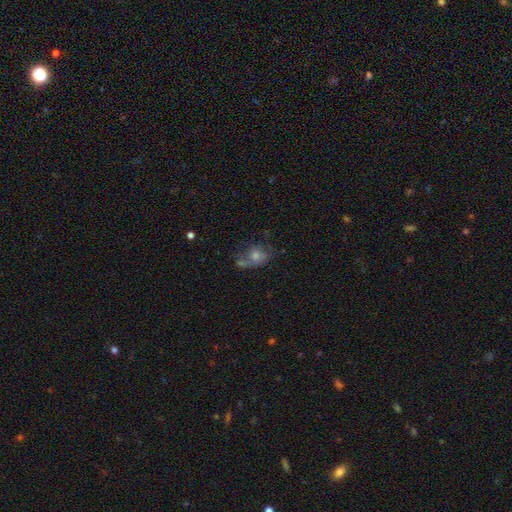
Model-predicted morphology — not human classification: Overall: smooth (48%; featured or disk 32%). Merging: none (45%; minor disturbance 21%).